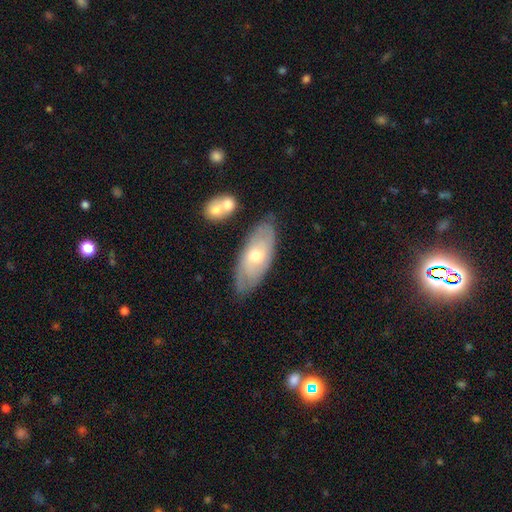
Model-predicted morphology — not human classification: A featured or disk galaxy (55%). Merging: none (76%).